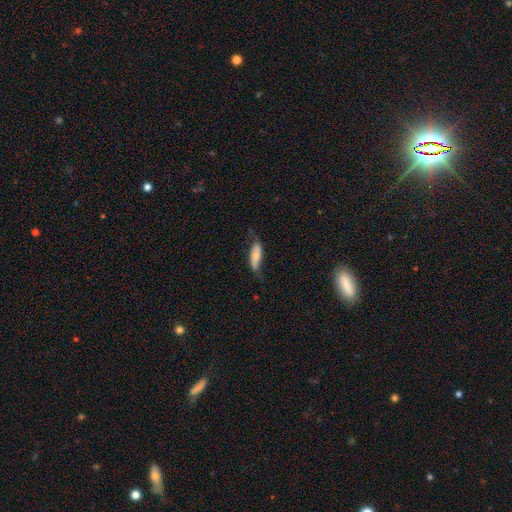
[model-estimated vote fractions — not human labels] Smooth or featured?
  - smooth: 56% *
  - featured or disk: 38%
  - star or artifact: 7%
How rounded?
  - in between: 60% *
  - cigar-shaped: 38%
  - round: 2%
Merging?
  - none: 57% *
  - minor disturbance: 29%
  - major disturbance: 13%
  - merger: 2%